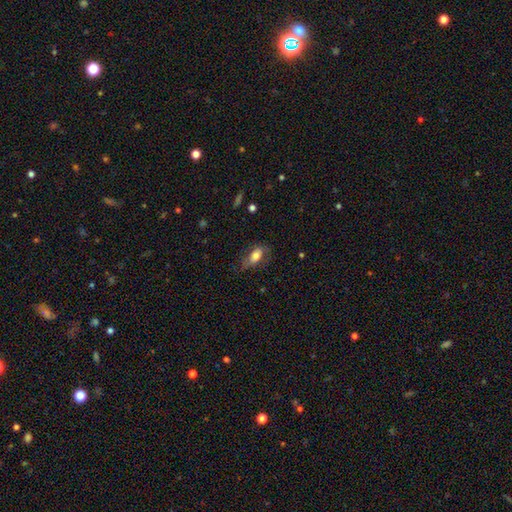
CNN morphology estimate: This appears to be a smooth galaxy with no disk features (70%) that is in between round and cigar-shaped (84%). Merging: none (62%).